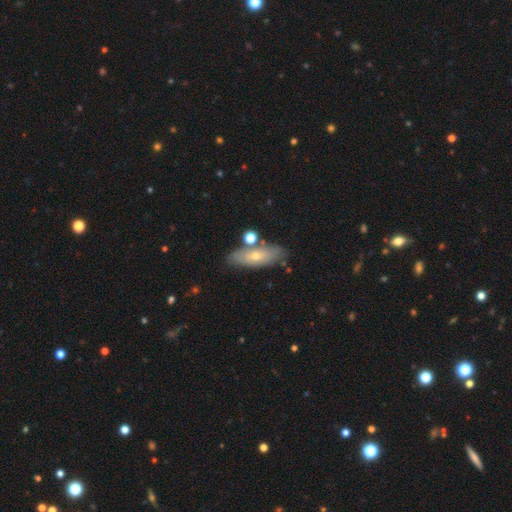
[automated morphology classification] Smooth or featured: smooth — 55% (featured or disk — 38%)
How rounded: in between — 60% (cigar-shaped — 36%)
Merging: none — 75% (minor disturbance — 13%)